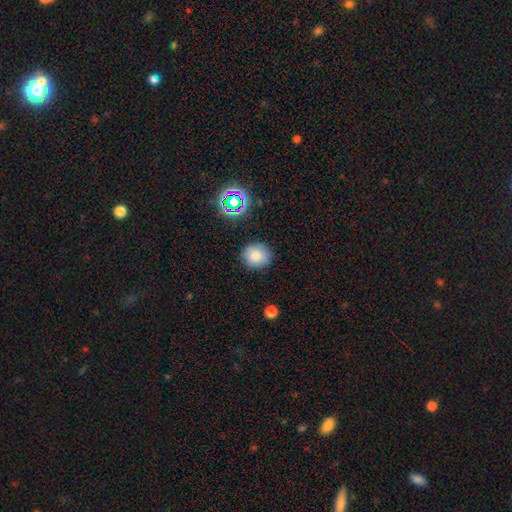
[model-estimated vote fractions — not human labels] Q: Smooth or featured?
A: smooth (80%); runner-up: star or artifact (13%)
Q: How rounded?
A: round (85%); runner-up: in between (14%)
Q: Merging?
A: none (87%); runner-up: minor disturbance (9%)